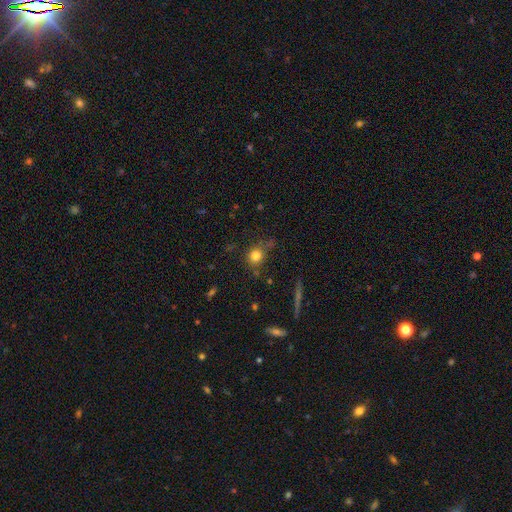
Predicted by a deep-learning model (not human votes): A smooth galaxy with no disk features (79%) that is round (82%).

Vote fractions:
- Smooth or featured? smooth: 79% / star or artifact: 12% / featured or disk: 8%
- How rounded? round: 82% / in between: 17% / cigar-shaped: 2%
- Merging? none: 68% / minor disturbance: 20% / major disturbance: 7% / merger: 5%